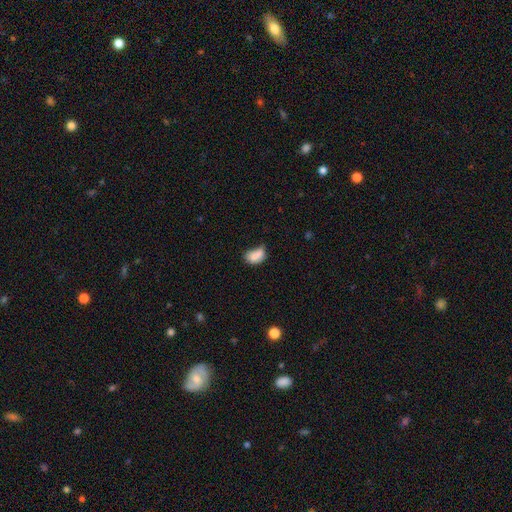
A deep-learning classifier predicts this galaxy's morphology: Smooth or featured? Predicted: smooth (p=0.81). How rounded? Predicted: in between (p=0.86). Merging? Predicted: minor disturbance (p=0.39).